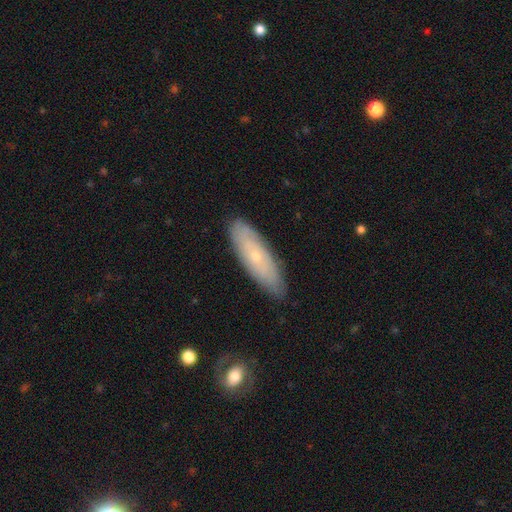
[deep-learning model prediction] A featured or disk galaxy (49%).

Vote fractions:
- Smooth or featured? featured or disk: 49% / smooth: 44% / star or artifact: 7%
- Merging? none: 84% / minor disturbance: 13% / major disturbance: 2% / merger: 1%